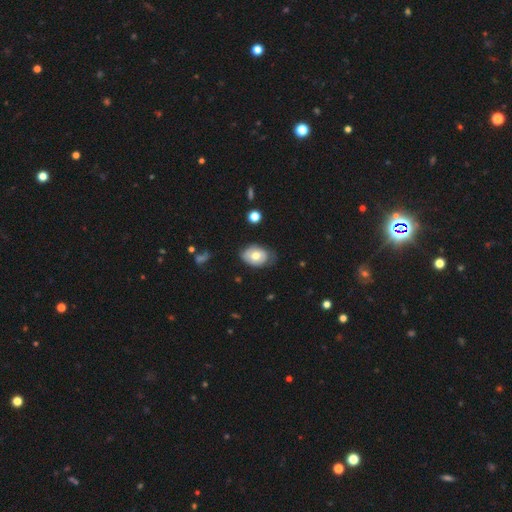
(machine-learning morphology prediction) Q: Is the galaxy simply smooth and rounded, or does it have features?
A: smooth — 58%.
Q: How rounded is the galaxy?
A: in between — 78%.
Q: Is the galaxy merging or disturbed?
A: none — 60%.